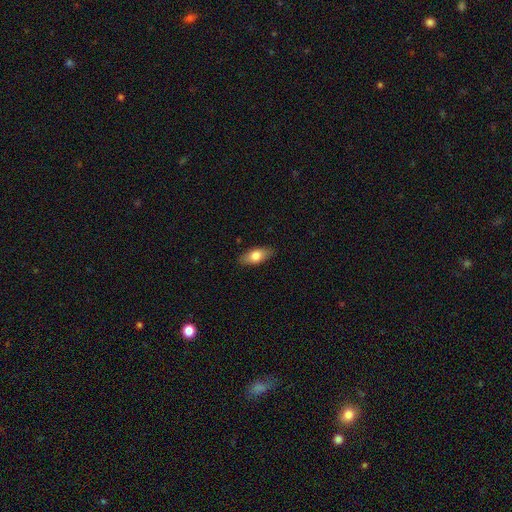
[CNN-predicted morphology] This appears to be a smooth galaxy with no disk features (76%) that is in between round and cigar-shaped (84%). Merging: none (87%).